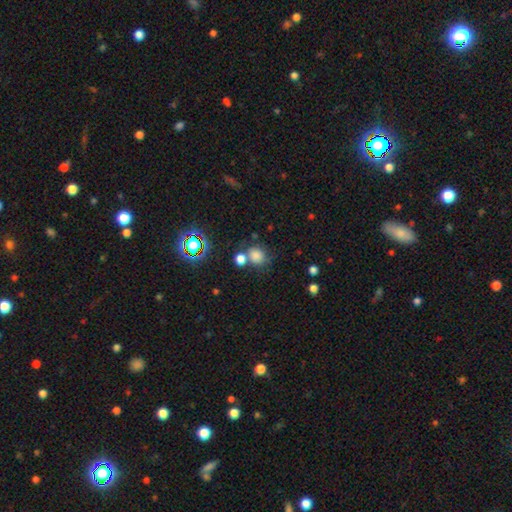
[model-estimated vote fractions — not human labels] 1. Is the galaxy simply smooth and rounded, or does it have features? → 76% smooth, 17% star or artifact, 7% featured or disk.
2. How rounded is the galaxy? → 76% round, 22% in between, 1% cigar-shaped.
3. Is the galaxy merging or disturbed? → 55% none, 25% merger, 13% minor disturbance, 6% major disturbance.